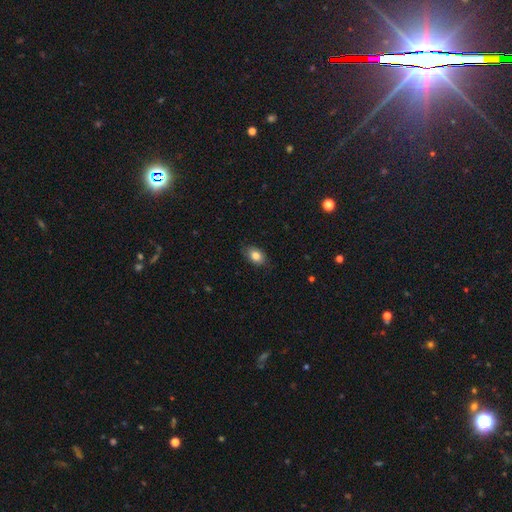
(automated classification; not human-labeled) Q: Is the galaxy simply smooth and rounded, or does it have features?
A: smooth — 83%.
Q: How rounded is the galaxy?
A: in between — 84%.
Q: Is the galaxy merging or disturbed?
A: none — 81%.